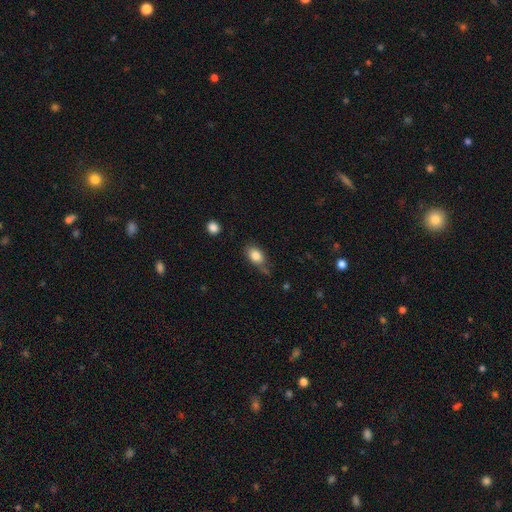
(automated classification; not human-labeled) Smooth or featured? Predicted: smooth (p=0.83). How rounded? Predicted: in between (p=0.82). Merging? Predicted: none (p=0.57).